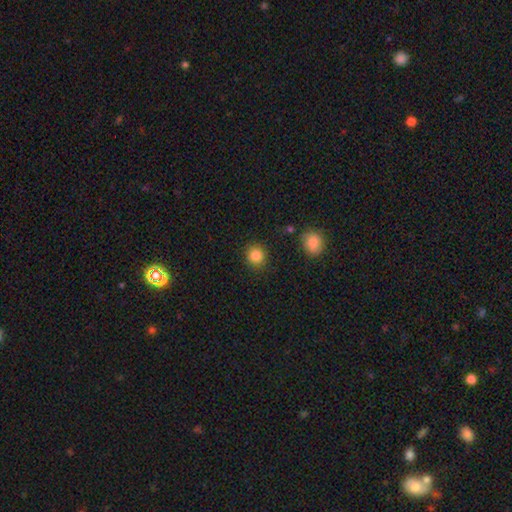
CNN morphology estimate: Overall: smooth (85%). How rounded: round (88%). Merging: none (89%).